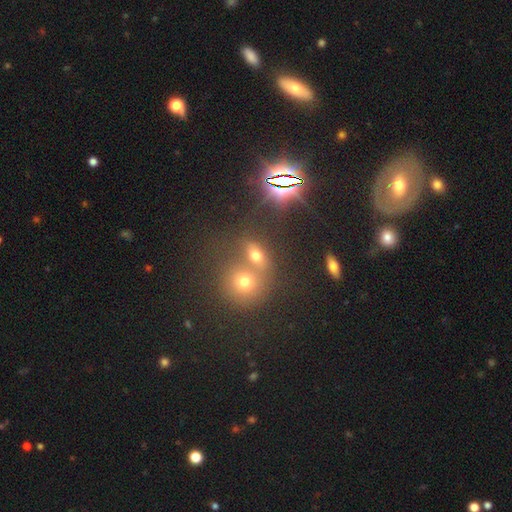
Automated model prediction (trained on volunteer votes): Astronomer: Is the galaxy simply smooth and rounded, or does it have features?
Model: smooth — 63%.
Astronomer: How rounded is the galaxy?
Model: round — 53% (runner-up: in between, 44%).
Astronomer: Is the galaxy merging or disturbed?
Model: merger — 46% (runner-up: none, 42%).